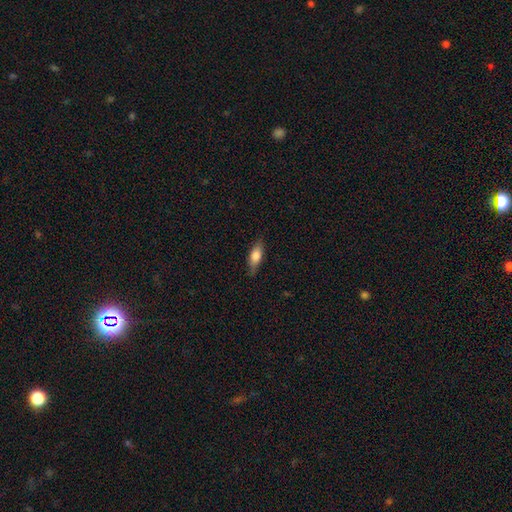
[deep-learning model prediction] smooth_or_featured: smooth (p=0.72) [alt: featured or disk p=0.21]
how_rounded: in between (p=0.69) [alt: cigar-shaped p=0.28]
merging: none (p=0.80) [alt: minor disturbance p=0.16]